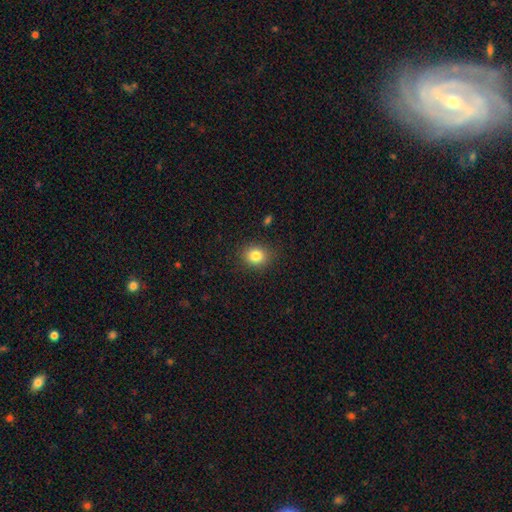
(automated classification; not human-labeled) A smooth galaxy with no disk features (83%) that is round (67%).

Vote fractions:
- Smooth or featured? smooth: 83% / star or artifact: 11% / featured or disk: 6%
- How rounded? round: 67% / in between: 32% / cigar-shaped: 1%
- Merging? none: 87% / minor disturbance: 9% / major disturbance: 3% / merger: 1%